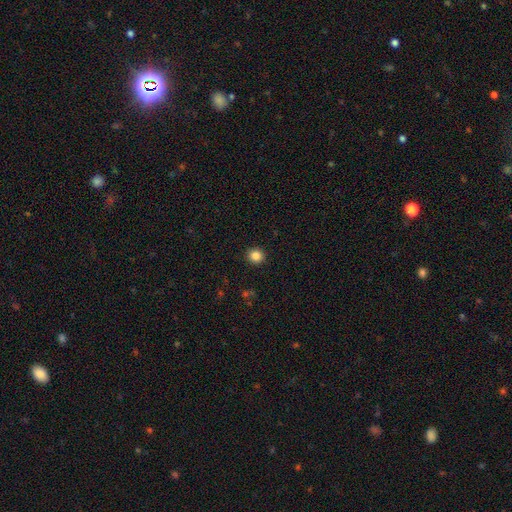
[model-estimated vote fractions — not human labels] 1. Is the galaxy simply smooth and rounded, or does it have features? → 85% smooth, 11% star or artifact, 4% featured or disk.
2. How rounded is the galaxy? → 90% round, 9% in between, 1% cigar-shaped.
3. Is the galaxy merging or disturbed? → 92% none, 5% minor disturbance, 2% major disturbance, 1% merger.